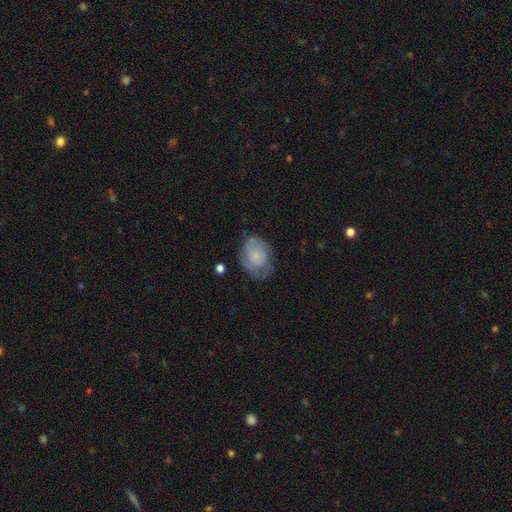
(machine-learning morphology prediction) smooth-or-featured: smooth: 58% | featured or disk: 34% | star or artifact: 8%
  how-rounded: in between: 58% | round: 41% | cigar-shaped: 1%
  merging: none: 56% | minor disturbance: 29% | major disturbance: 13% | merger: 2%